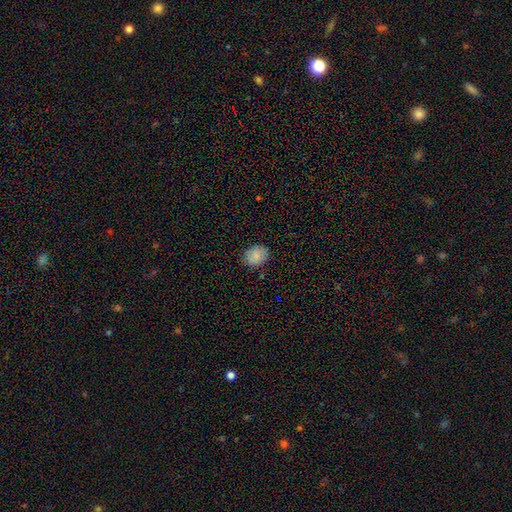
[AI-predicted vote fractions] smooth 86%, star or artifact 8%, featured or disk 5%. Down the decision tree: how rounded — round (57%); merging — none (87%).